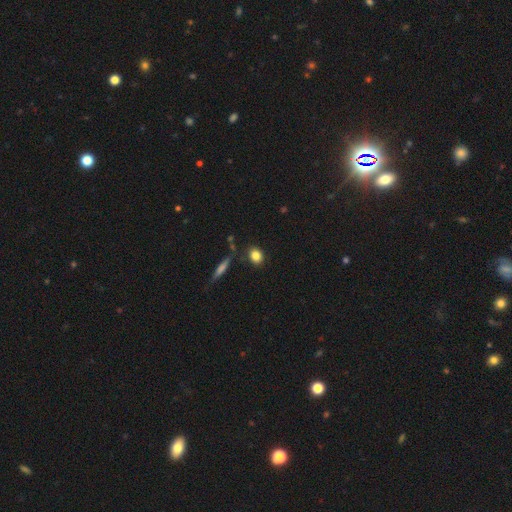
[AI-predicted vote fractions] Morphology: type=smooth (84%); roundness=round (51%); merging=none (82%).